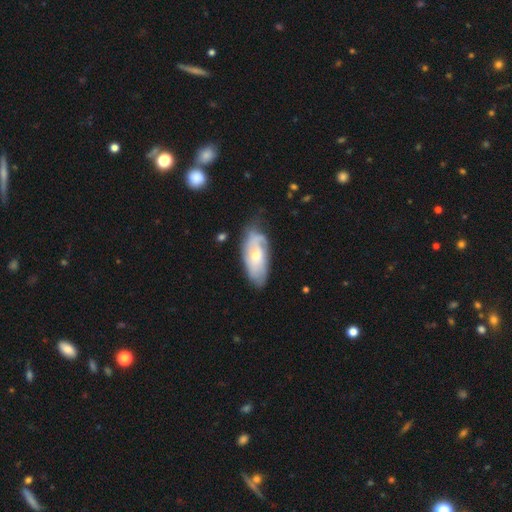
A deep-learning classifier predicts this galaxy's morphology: type=featured or disk (58%); edge-on=no (89%); bar=no (71%); spiral arms=yes (78%); bulge=moderate (50%); merging=none (57%).